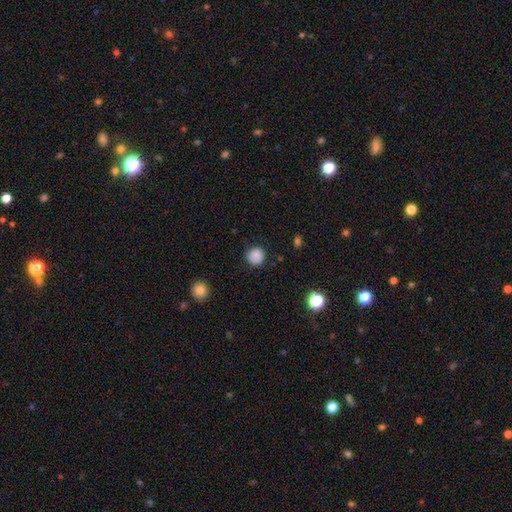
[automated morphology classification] smooth-or-featured: smooth: 86% | star or artifact: 11% | featured or disk: 3%
  how-rounded: round: 93% | in between: 7% | cigar-shaped: 1%
  merging: none: 87% | minor disturbance: 9% | major disturbance: 3% | merger: 1%